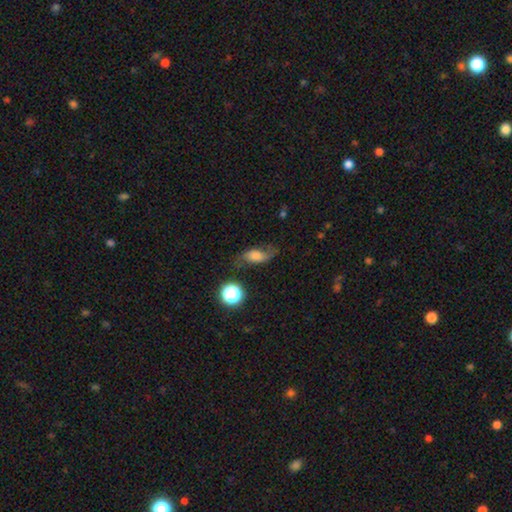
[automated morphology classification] Smooth or featured? Predicted: smooth (p=0.50). How rounded? Predicted: in between (p=0.72). Merging? Predicted: none (p=0.61).